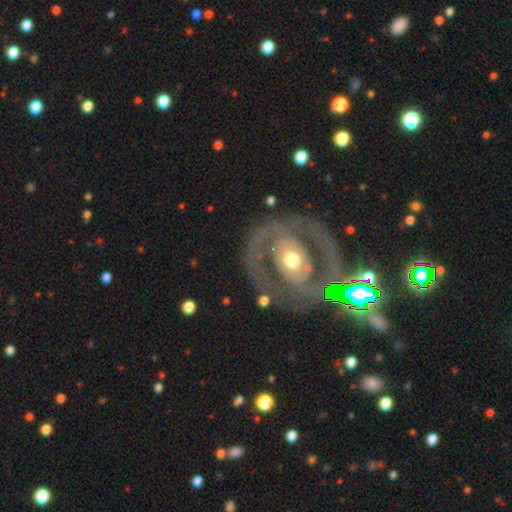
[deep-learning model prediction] Overall: featured or disk (81%). Edge-on disk: no (96%). Bar: no (51%; weak 27%). Spiral arms: yes (67%; no 33%). Spiral arm count: 2 (56%; can't tell 20%). Spiral winding: tight (52%; medium 35%). Bulge size: moderate (61%; small 28%). Merging: none (67%).